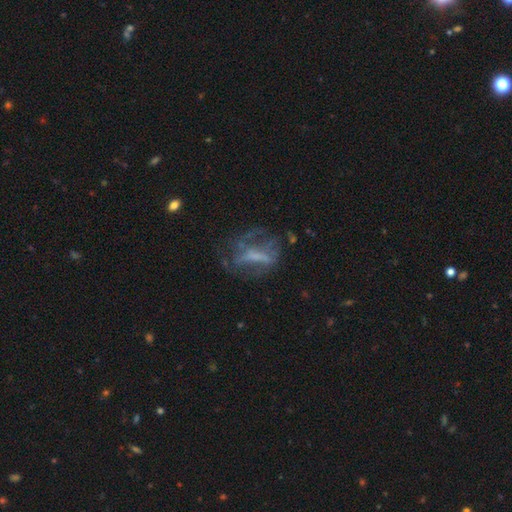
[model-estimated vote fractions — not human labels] Smooth or featured? Predicted: featured or disk (p=0.59). Edge-on disk? Predicted: no (p=0.90). Bar? Predicted: no (p=0.42). Spiral arms? Predicted: no (p=0.64). Bulge size? Predicted: none (p=0.53). Merging? Predicted: none (p=0.43).